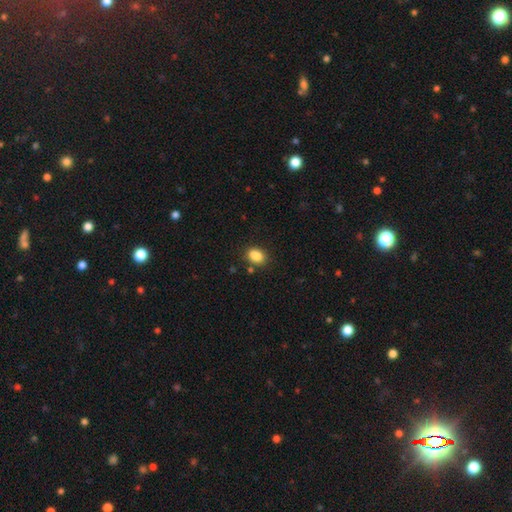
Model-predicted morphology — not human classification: Smooth or featured?
  - smooth: 86% *
  - star or artifact: 9%
  - featured or disk: 5%
How rounded?
  - in between: 73% *
  - round: 25%
  - cigar-shaped: 1%
Merging?
  - none: 74% *
  - minor disturbance: 15%
  - merger: 7%
  - major disturbance: 4%